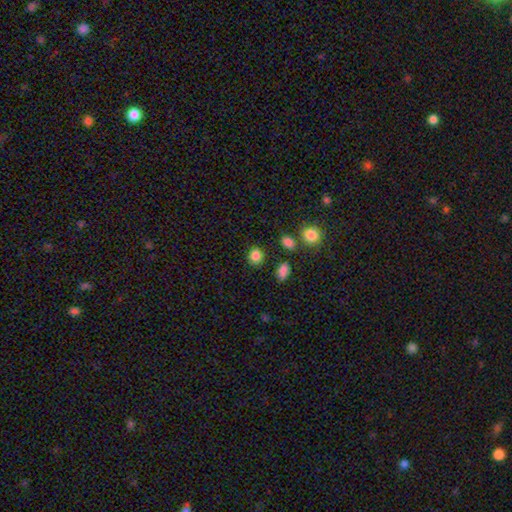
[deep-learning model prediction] Smooth or featured? smooth (85%)
How rounded? round (76%)
Merging? none (85%)